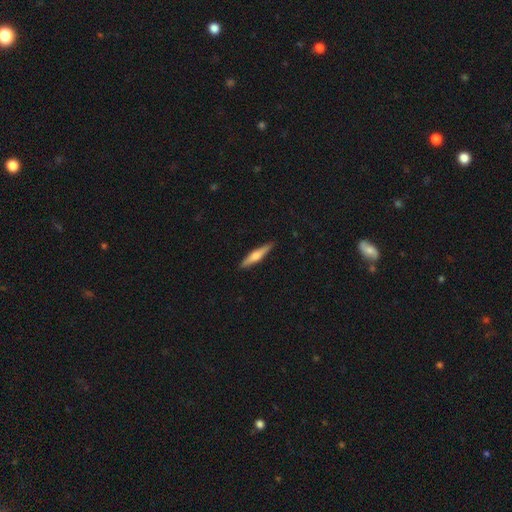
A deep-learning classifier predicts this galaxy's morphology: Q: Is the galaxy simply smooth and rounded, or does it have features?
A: featured or disk — 47%, tied with smooth.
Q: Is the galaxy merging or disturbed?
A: none — 89%.